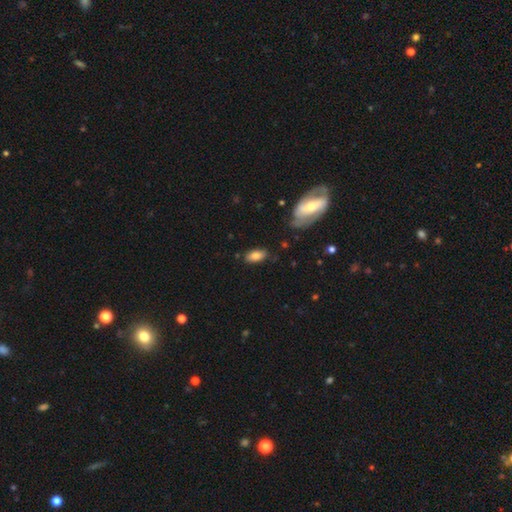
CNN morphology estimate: This is likely a smooth galaxy (79%). How rounded: clearly in between (91%). Merging: likely none (79%).